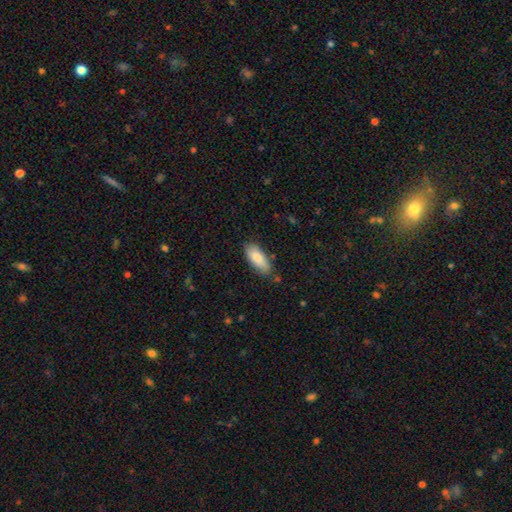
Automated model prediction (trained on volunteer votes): smooth_or_featured: smooth (p=0.83) [alt: featured or disk p=0.11]
how_rounded: in between (p=0.80) [alt: cigar-shaped p=0.19]
merging: none (p=0.77) [alt: minor disturbance p=0.19]